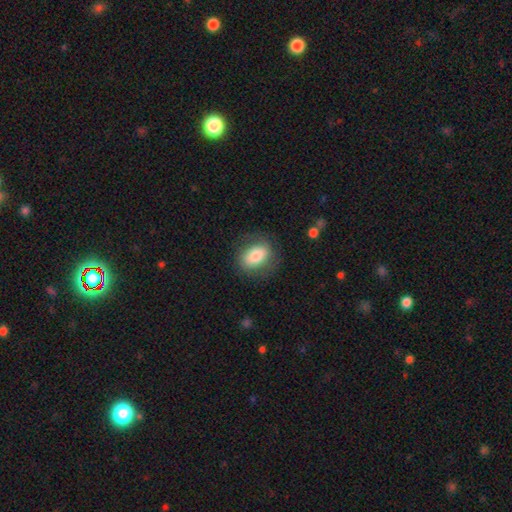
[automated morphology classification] The model was most divided on "how rounded": in between: 77%, round: 21%, cigar-shaped: 2%. More confident: merging — none (77%); smooth or featured — smooth (75%).